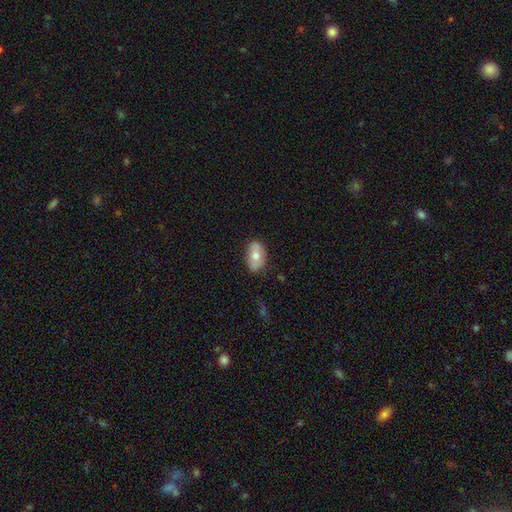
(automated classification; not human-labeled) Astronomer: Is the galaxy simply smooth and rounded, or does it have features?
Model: smooth — 63%.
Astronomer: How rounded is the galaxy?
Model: in between — 87%.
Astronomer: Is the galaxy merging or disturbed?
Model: none — 80%.